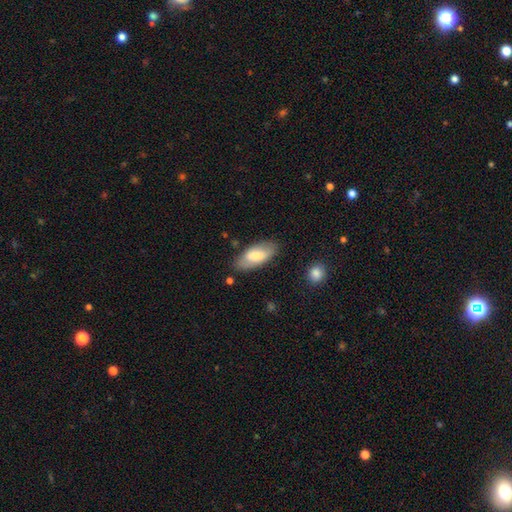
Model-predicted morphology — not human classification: The model was most divided on "smooth or featured": smooth: 70%, featured or disk: 25%, star or artifact: 6%. More confident: how rounded — in between (87%); merging — none (80%).